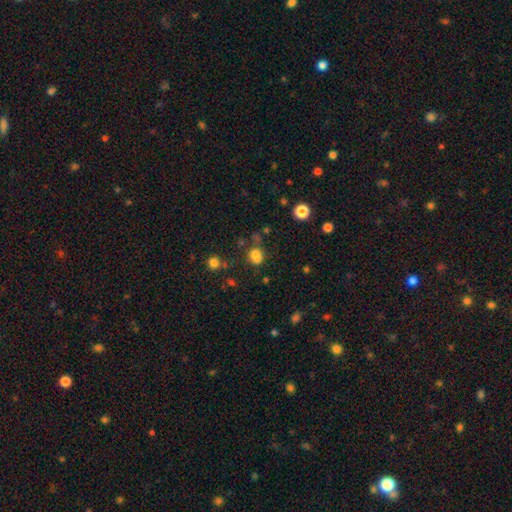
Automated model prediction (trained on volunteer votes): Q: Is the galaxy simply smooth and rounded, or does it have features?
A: smooth — 76%.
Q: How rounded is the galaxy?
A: round — 55%.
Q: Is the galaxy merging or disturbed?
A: none — 58%.